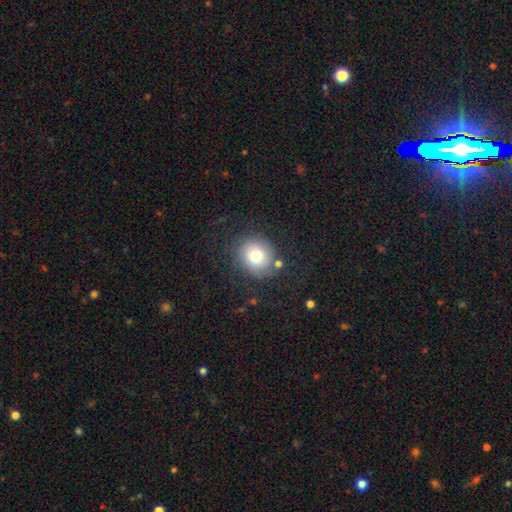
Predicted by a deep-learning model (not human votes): Morphology: type=smooth (73%); roundness=round (81%); merging=none (78%).